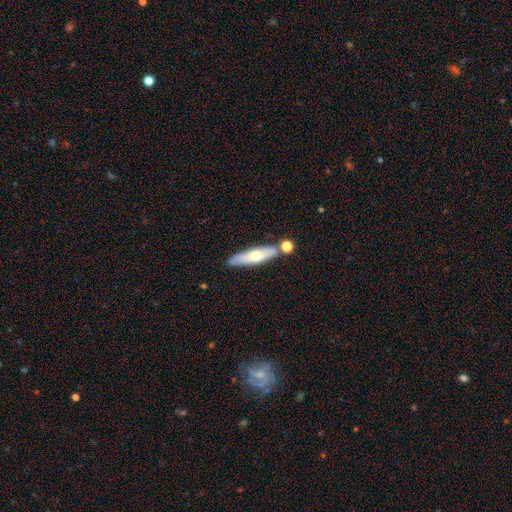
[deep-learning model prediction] Smooth or featured? Predicted: smooth (p=0.53). How rounded? Predicted: cigar-shaped (p=0.72). Merging? Predicted: none (p=0.73).